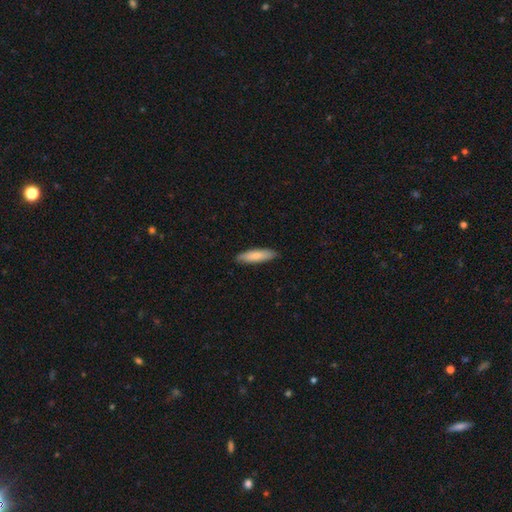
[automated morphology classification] Q: Smooth or featured?
A: smooth (83%); runner-up: featured or disk (11%)
Q: How rounded?
A: cigar-shaped (70%); runner-up: in between (29%)
Q: Merging?
A: none (89%); runner-up: minor disturbance (9%)